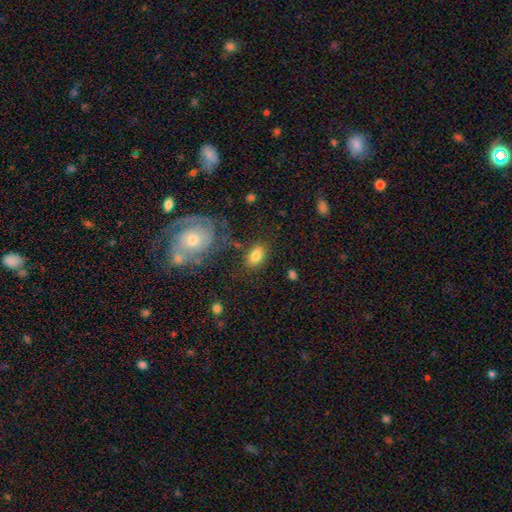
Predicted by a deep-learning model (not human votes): Smooth or featured? smooth (80%)
How rounded? in between (85%)
Merging? none (75%)